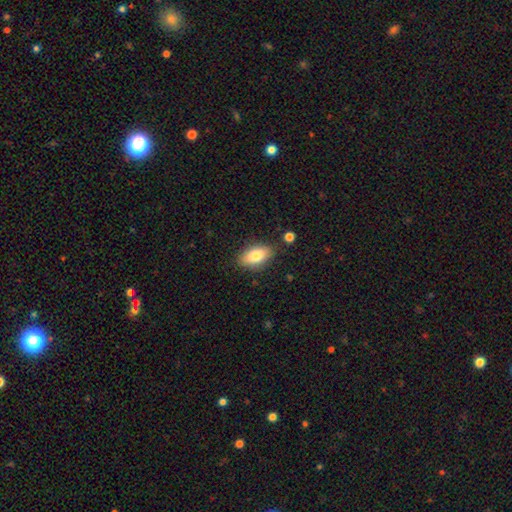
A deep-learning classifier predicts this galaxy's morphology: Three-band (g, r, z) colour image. It shows a smooth galaxy with no disk features (80%) that is in between round and cigar-shaped (90%). Merging: none (83%).